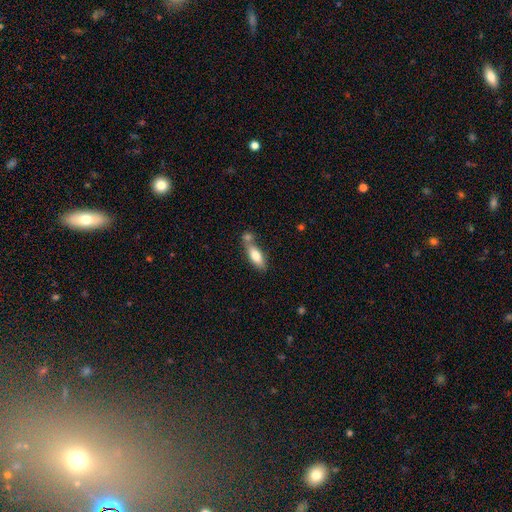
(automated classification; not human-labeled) Smooth or featured: smooth — 74% (featured or disk — 19%)
How rounded: in between — 67% (cigar-shaped — 31%)
Merging: none — 50% (merger — 32%)